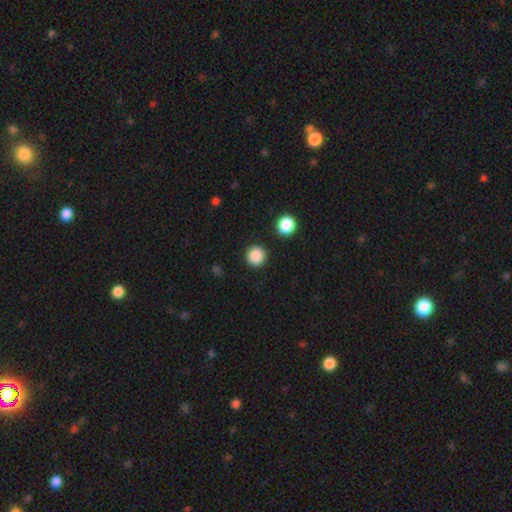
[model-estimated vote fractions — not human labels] Smooth or featured? smooth (87%)
How rounded? round (95%)
Merging? none (90%)